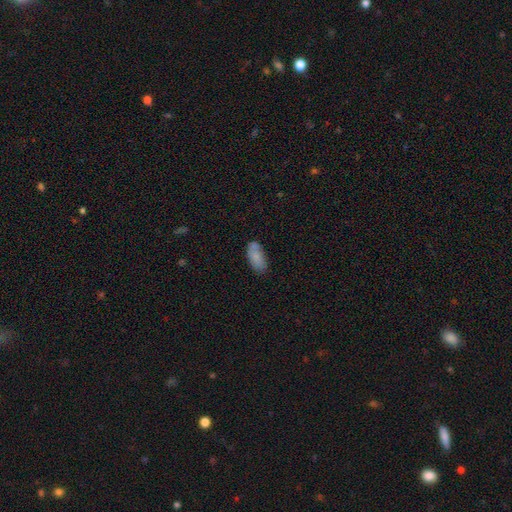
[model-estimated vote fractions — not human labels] Morphology: type=smooth (80%); roundness=in between (91%); merging=none (65%).